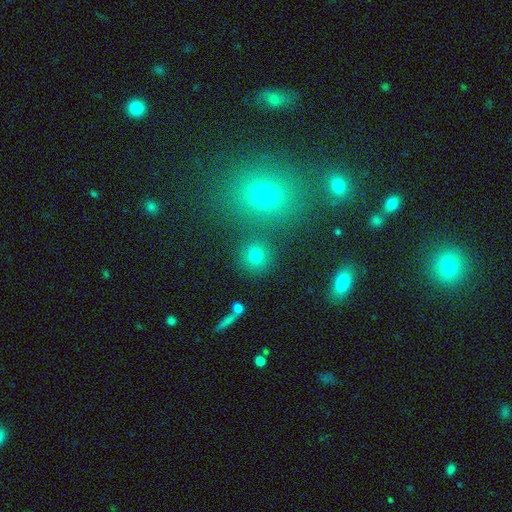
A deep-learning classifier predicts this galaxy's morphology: Q: Smooth or featured?
A: smooth (76%); runner-up: star or artifact (17%)
Q: How rounded?
A: round (87%); runner-up: in between (11%)
Q: Merging?
A: none (79%); runner-up: merger (10%)